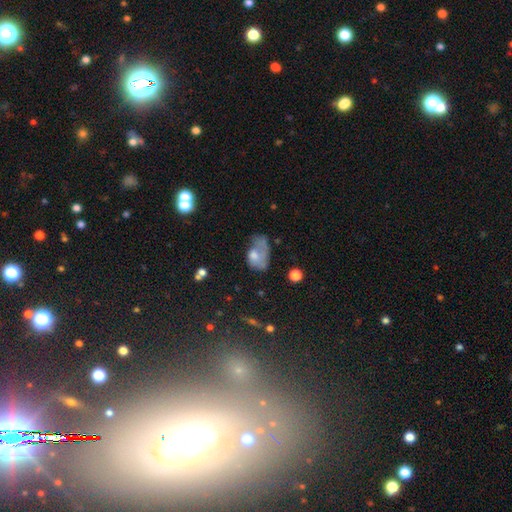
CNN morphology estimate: Smooth or featured? smooth (58%)
How rounded? in between (83%)
Merging? major disturbance (45%)